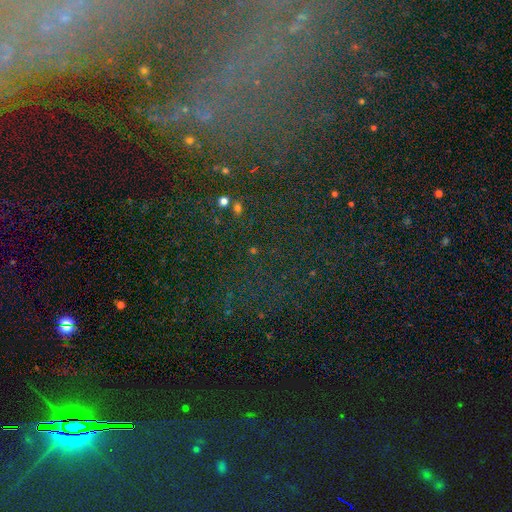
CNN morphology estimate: The model was most divided on "smooth or featured": star or artifact: 62%, featured or disk: 23%, smooth: 14%.